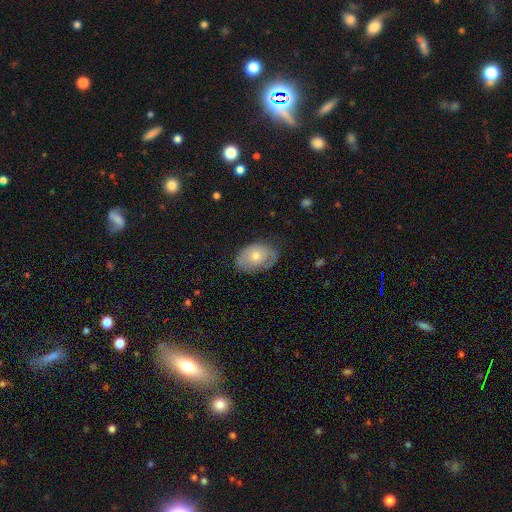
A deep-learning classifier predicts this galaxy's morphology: Overall: smooth (48%; featured or disk 45%). Merging: none (68%).